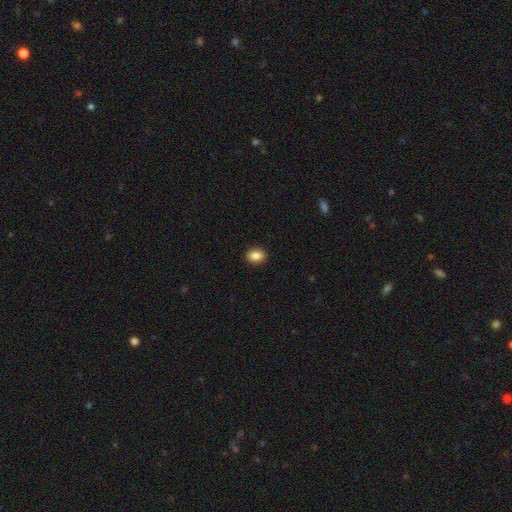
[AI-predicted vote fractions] Smooth or featured: smooth — 87% (star or artifact — 8%)
How rounded: in between — 67% (round — 32%)
Merging: none — 91% (minor disturbance — 6%)